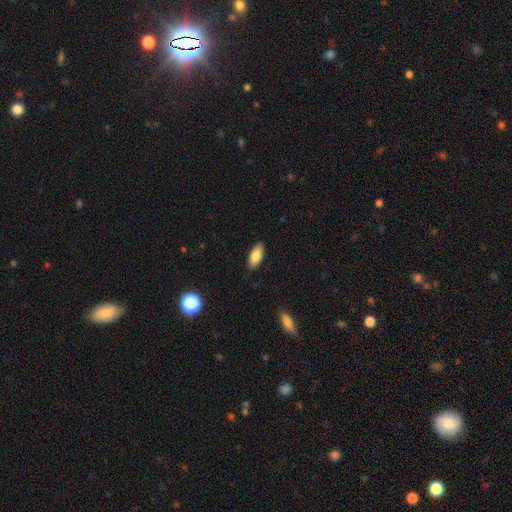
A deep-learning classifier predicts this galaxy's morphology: type=smooth (83%); roundness=in between (87%); merging=none (87%).